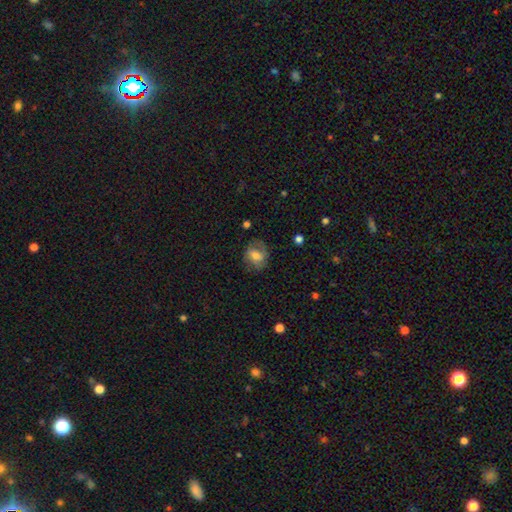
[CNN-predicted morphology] smooth-or-featured: smooth: 50% | featured or disk: 41% | star or artifact: 9%
  merging: none: 64% | minor disturbance: 22% | major disturbance: 13% | merger: 1%